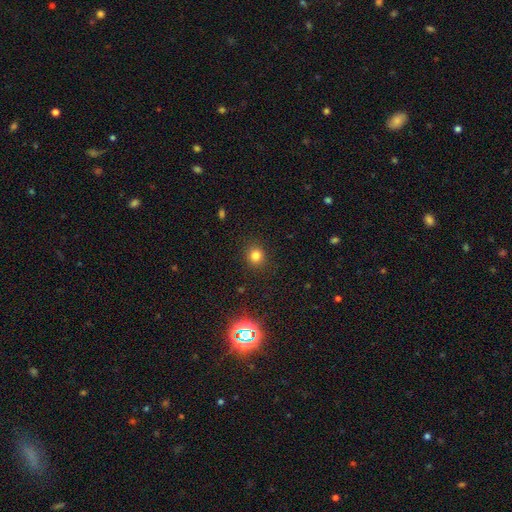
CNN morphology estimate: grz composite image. It shows a smooth galaxy with no disk features (78%) that is round (89%). Merging: none (90%).